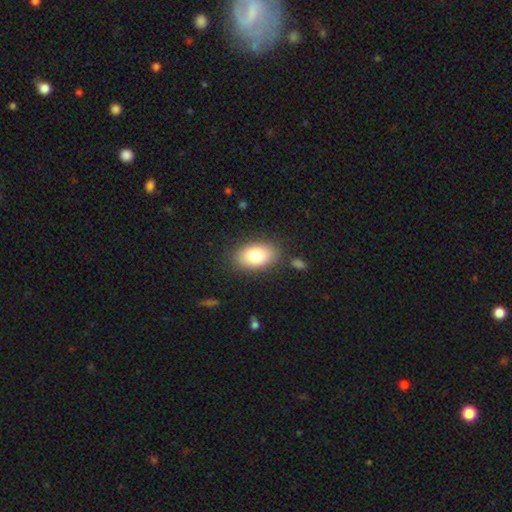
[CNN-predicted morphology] A smooth galaxy with no disk features (80%) that is in between round and cigar-shaped (91%). Merging: none (84%).